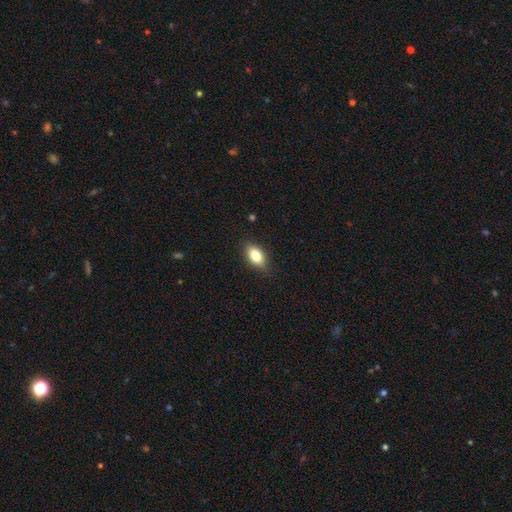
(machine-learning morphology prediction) type=smooth (81%); roundness=in between (88%); merging=none (84%).